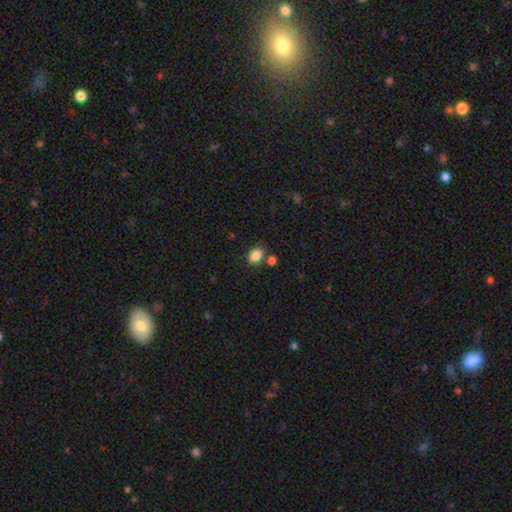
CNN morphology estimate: This appears to be a smooth galaxy with no disk features (86%) that is in between round and cigar-shaped (75%). Merging: none (73%).